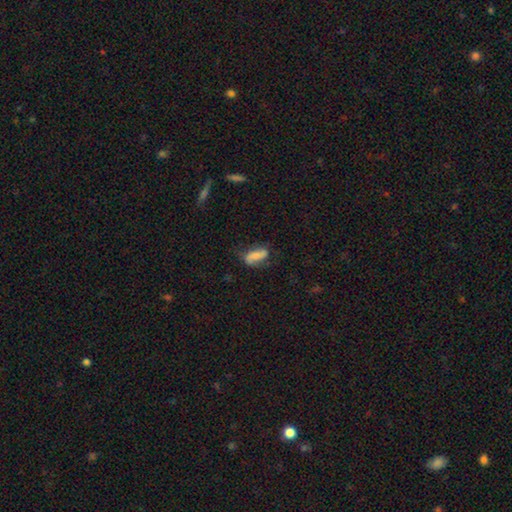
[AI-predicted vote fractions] smooth_or_featured: smooth (p=0.64) [alt: featured or disk p=0.28]
how_rounded: in between (p=0.75) [alt: cigar-shaped p=0.21]
merging: none (p=0.57) [alt: minor disturbance p=0.27]